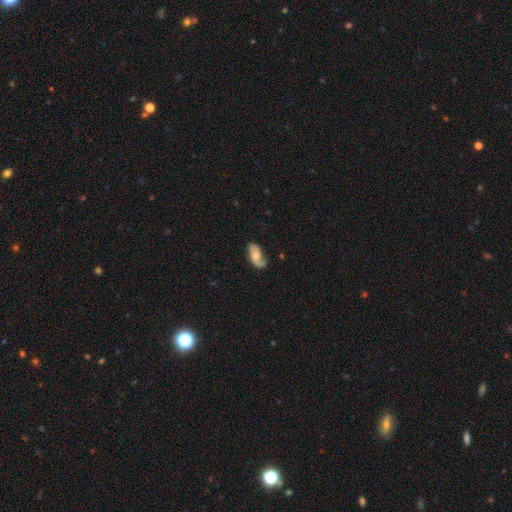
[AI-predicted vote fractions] featured or disk 62%, smooth 31%, star or artifact 7%. Down the decision tree: edge-on disk — no (94%); bar — no (67%); spiral arms — yes (90%); spiral arm count — 2 (75%); spiral winding — loose (46%); bulge size — moderate (56%); merging — none (66%).